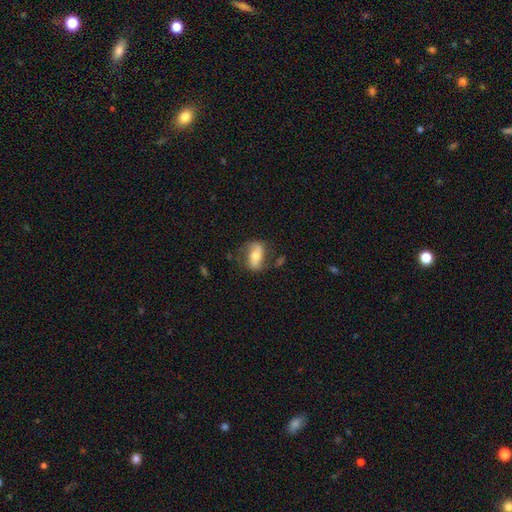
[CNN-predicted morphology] A featured or disk galaxy (54%). Merging: none (63%).